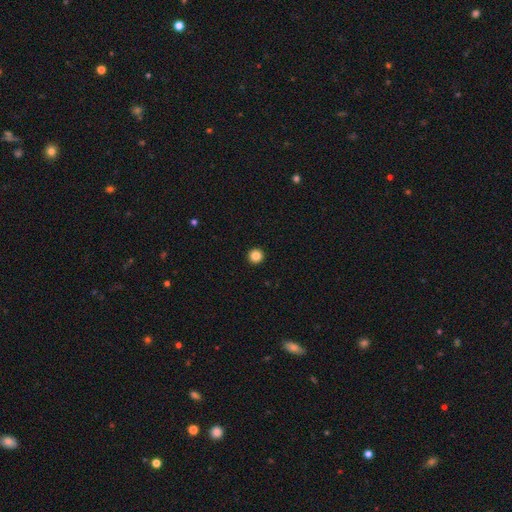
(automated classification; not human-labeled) This is clearly a smooth galaxy (85%). How rounded: clearly round (96%). Merging: clearly none (94%).